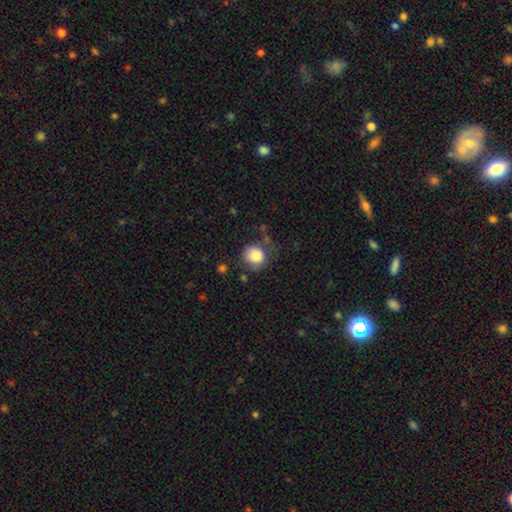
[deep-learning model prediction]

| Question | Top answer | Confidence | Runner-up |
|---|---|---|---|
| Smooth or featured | smooth | 86% | star or artifact (8%) |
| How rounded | round | 84% | in between (15%) |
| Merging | none | 60% | minor disturbance (24%) |